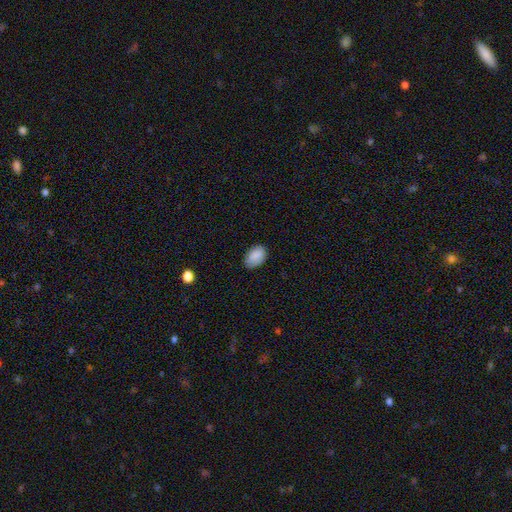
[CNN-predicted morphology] Smooth or featured? smooth (88%)
How rounded? in between (90%)
Merging? none (79%)